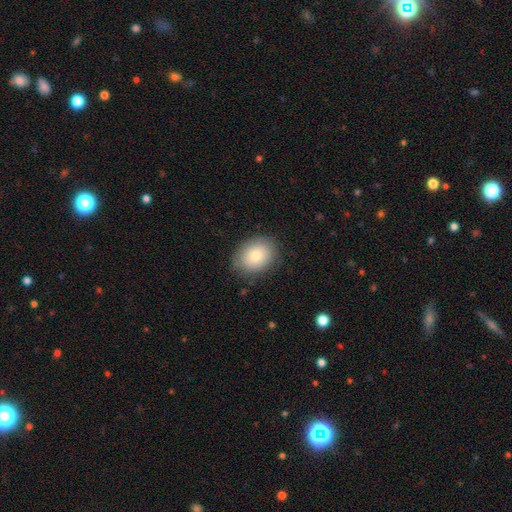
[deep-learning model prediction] smooth-or-featured: smooth: 80% | featured or disk: 12% | star or artifact: 8%
  how-rounded: in between: 64% | round: 35% | cigar-shaped: 1%
  merging: none: 83% | minor disturbance: 13% | major disturbance: 3% | merger: 1%